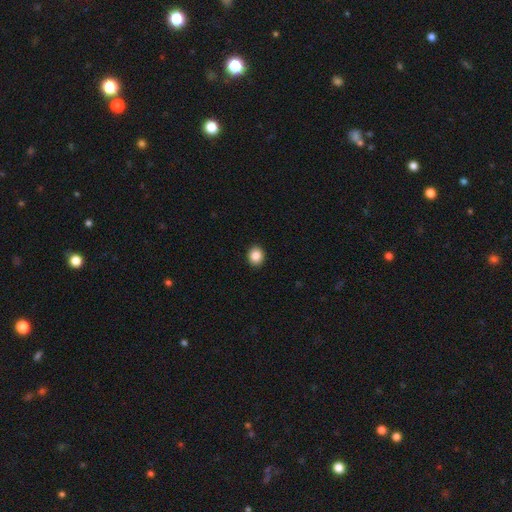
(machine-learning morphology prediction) Smooth or featured: smooth — 87% (star or artifact — 9%)
How rounded: round — 61% (in between — 38%)
Merging: none — 92% (minor disturbance — 6%)